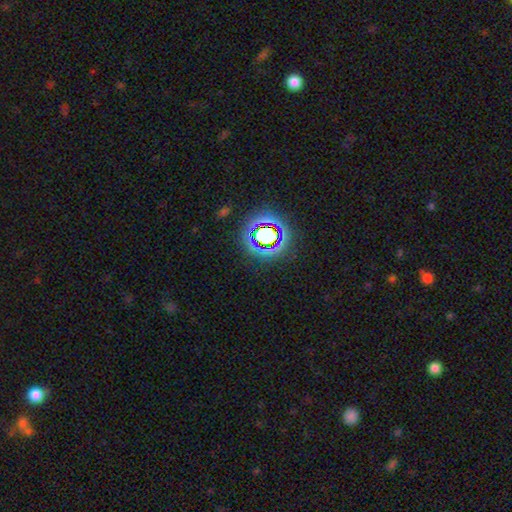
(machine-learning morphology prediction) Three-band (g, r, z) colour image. It shows a star or artifact, not a galaxy (74%).